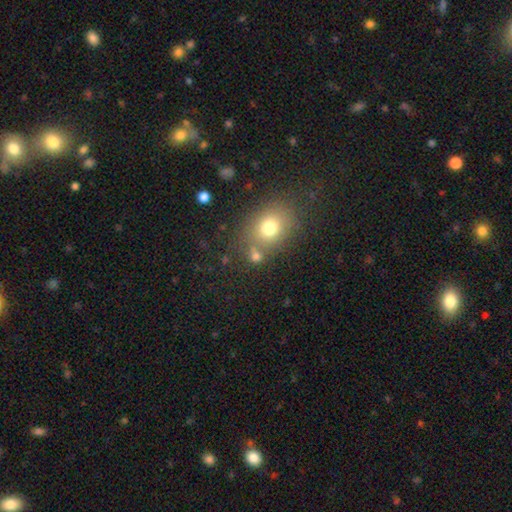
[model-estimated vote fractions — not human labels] This appears to be a smooth galaxy with no disk features (72%) that is round (66%). Merging: none (63%).